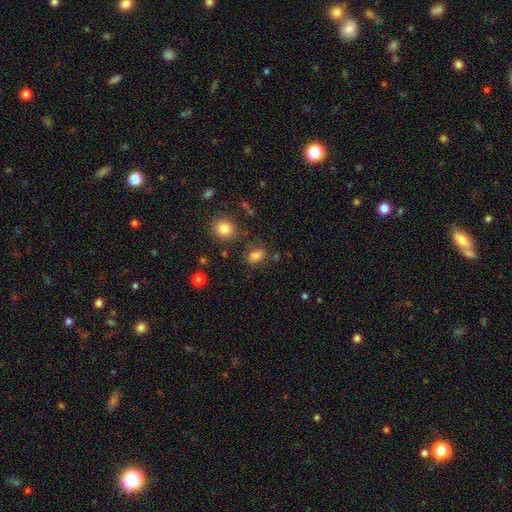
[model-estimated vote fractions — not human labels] Smooth or featured?
  - smooth: 81% *
  - star or artifact: 13%
  - featured or disk: 7%
How rounded?
  - in between: 78% *
  - round: 19%
  - cigar-shaped: 2%
Merging?
  - none: 70% *
  - minor disturbance: 17%
  - major disturbance: 7%
  - merger: 6%